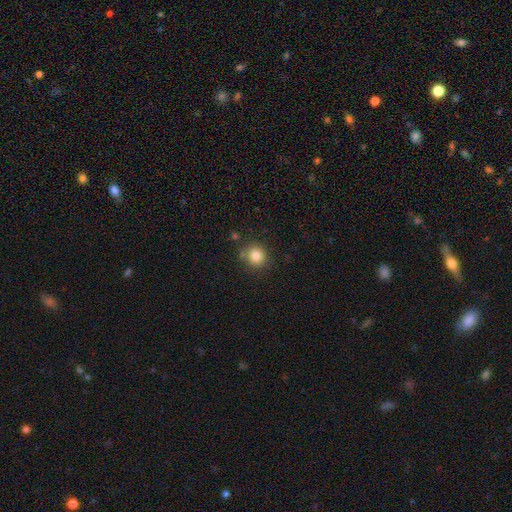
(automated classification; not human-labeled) This appears to be a smooth galaxy with no disk features (83%) that is round (87%). Merging: none (78%).